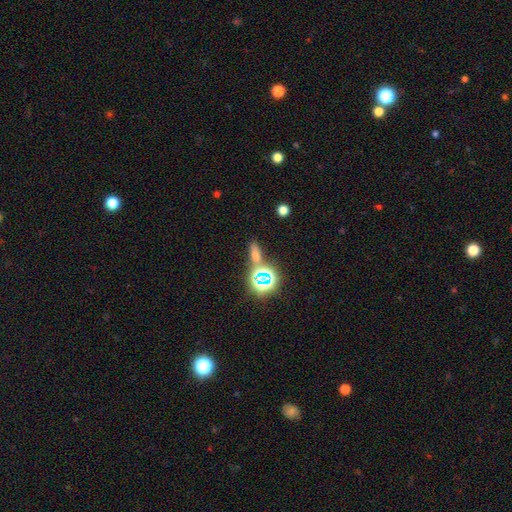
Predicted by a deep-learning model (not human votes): Morphology: type=smooth (48%); merging=none (69%).